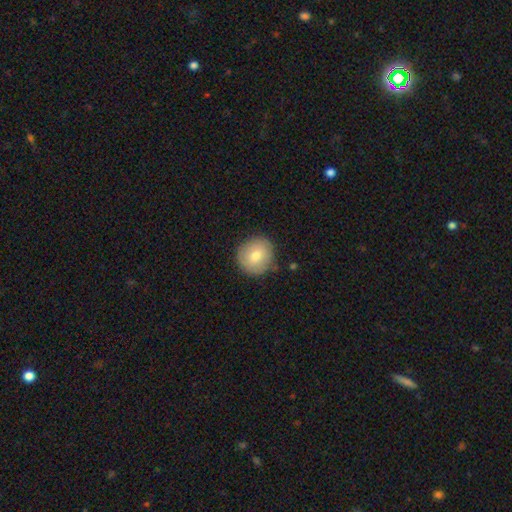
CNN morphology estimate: smooth 75%, featured or disk 17%, star or artifact 8%. Down the decision tree: how rounded — round (90%); merging — none (84%).